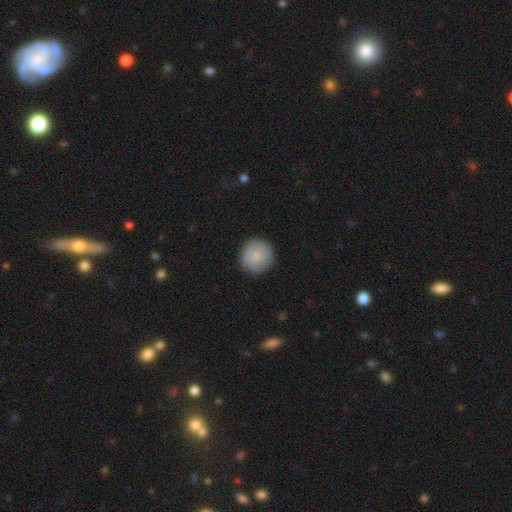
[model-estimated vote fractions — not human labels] smooth-or-featured: smooth: 83% | featured or disk: 11% | star or artifact: 6%
  how-rounded: round: 95% | in between: 4% | cigar-shaped: 1%
  merging: none: 88% | minor disturbance: 9% | major disturbance: 2% | merger: 1%